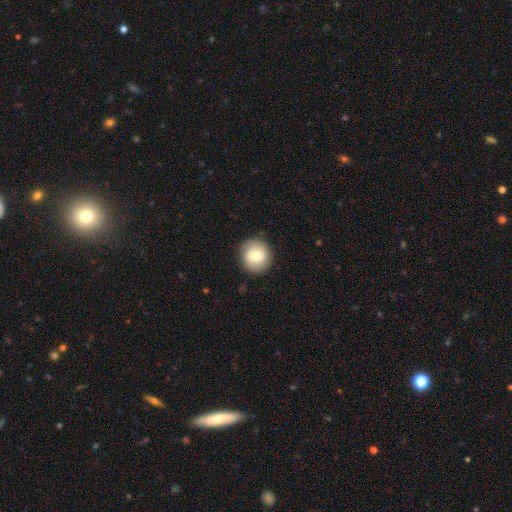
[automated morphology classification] This appears to be a smooth galaxy with no disk features (73%) that is round (89%). Merging: none (89%).